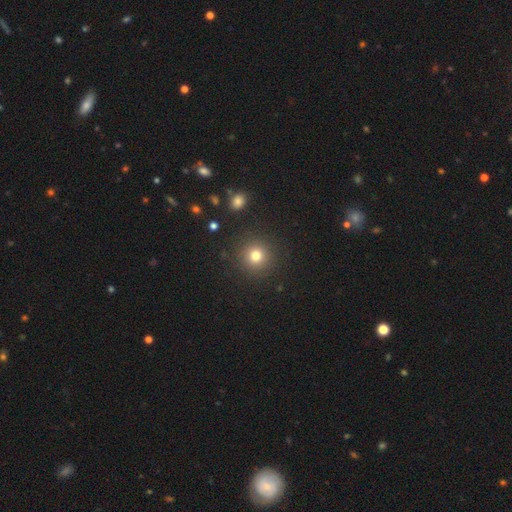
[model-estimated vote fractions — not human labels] The model was most divided on "smooth or featured": smooth: 79%, star or artifact: 14%, featured or disk: 7%. More confident: how rounded — round (94%); merging — none (90%).